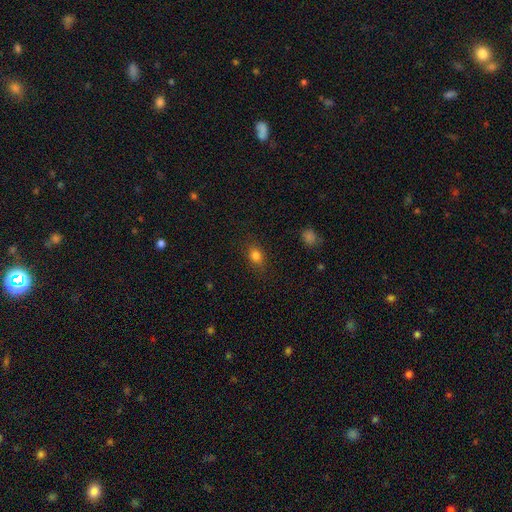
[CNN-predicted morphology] A smooth galaxy with no disk features (82%) that is in between round and cigar-shaped (68%). Merging: none (83%).